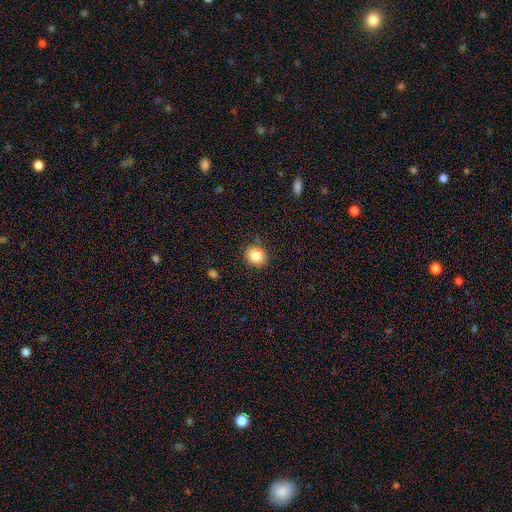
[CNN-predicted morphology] smooth 85%, star or artifact 10%, featured or disk 5%. Down the decision tree: how rounded — round (79%); merging — none (84%).